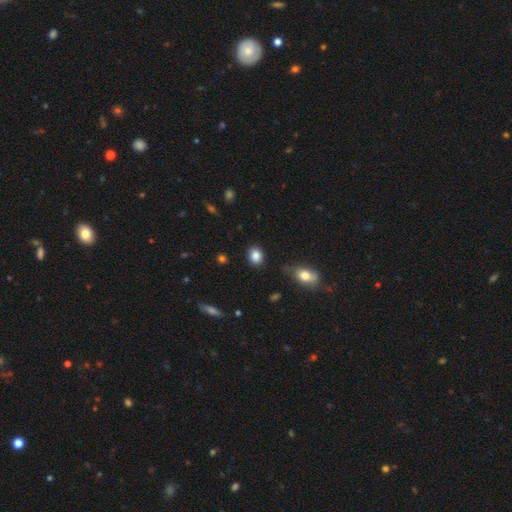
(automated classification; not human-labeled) Morphology: type=smooth (87%); roundness=round (52%); merging=none (85%).